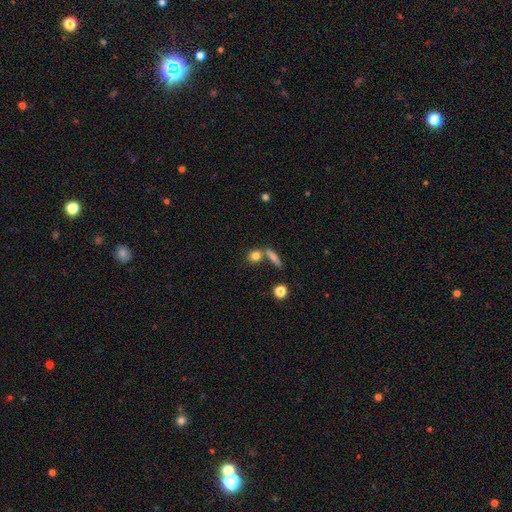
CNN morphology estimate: Smooth or featured: smooth — 80% (star or artifact — 10%)
How rounded: round — 63% (in between — 27%)
Merging: none — 59% (merger — 27%)